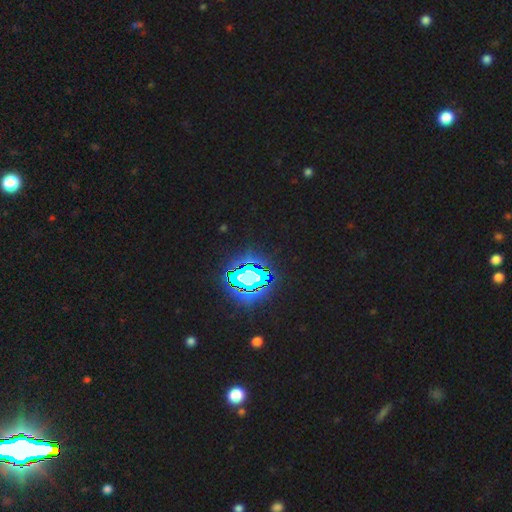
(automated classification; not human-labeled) This is clearly a star or artifact rather than a galaxy (83%).